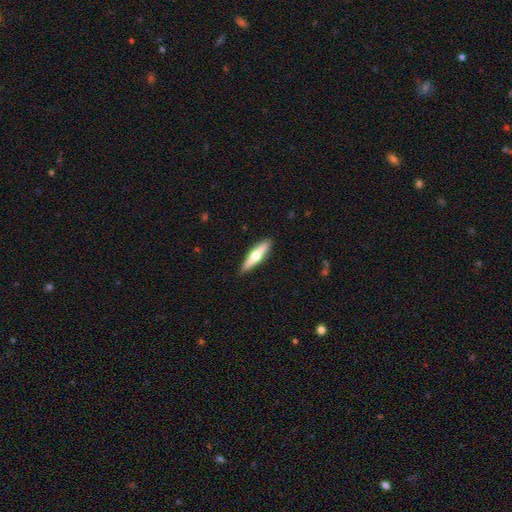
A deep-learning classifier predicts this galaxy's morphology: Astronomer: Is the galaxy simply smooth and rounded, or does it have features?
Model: featured or disk — 54% (runner-up: smooth, 40%).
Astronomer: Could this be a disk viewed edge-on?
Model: yes — 95%.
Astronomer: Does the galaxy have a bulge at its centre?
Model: rounded — 93%.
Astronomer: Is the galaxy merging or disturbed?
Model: none — 89%.